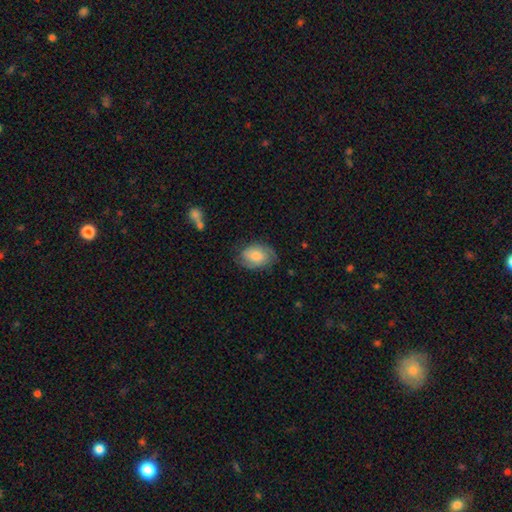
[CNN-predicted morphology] type=smooth (63%); roundness=in between (79%); merging=none (71%).